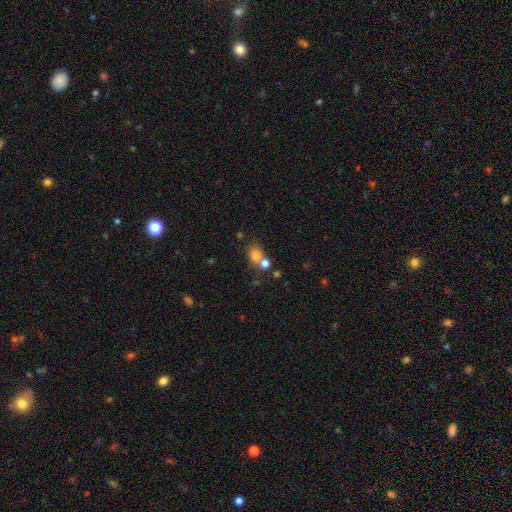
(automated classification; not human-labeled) Overall: smooth (75%). How rounded: round (55%; in between 43%). Merging: none (46%; merger 40%).